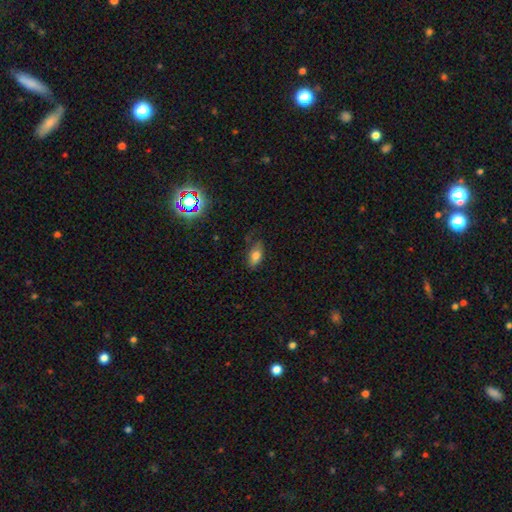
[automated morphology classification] smooth 75%, featured or disk 14%, star or artifact 11%. Down the decision tree: how rounded — in between (86%); merging — none (67%).